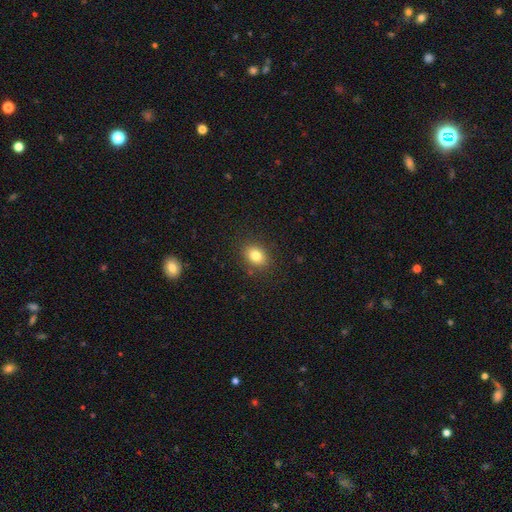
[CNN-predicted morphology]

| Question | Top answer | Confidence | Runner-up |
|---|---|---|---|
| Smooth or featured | smooth | 81% | star or artifact (11%) |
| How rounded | in between | 61% | round (38%) |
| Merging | none | 86% | minor disturbance (10%) |